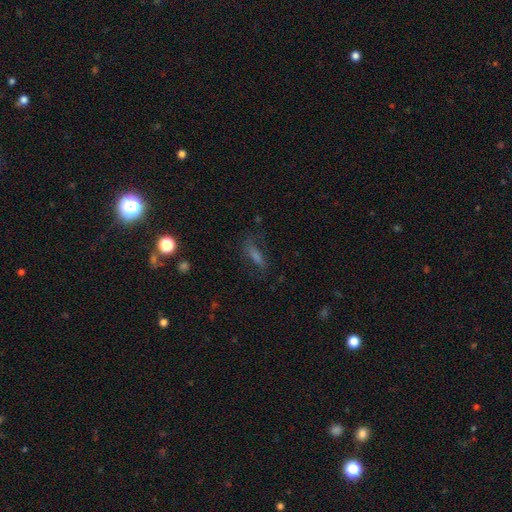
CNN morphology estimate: smooth 43%, featured or disk 29%, star or artifact 27%. Down the decision tree: merging — none (65%).